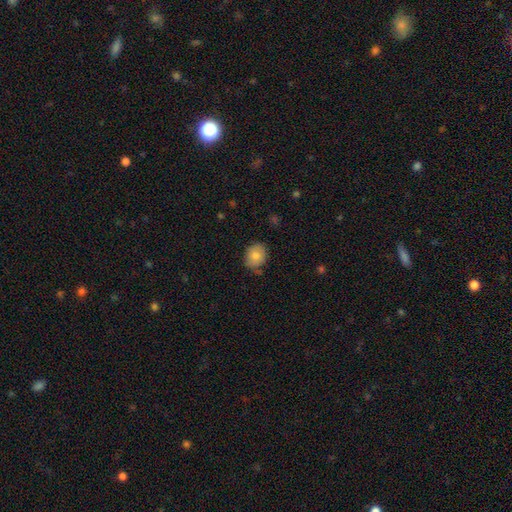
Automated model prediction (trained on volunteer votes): smooth 80%, featured or disk 12%, star or artifact 8%. Down the decision tree: how rounded — round (50%); merging — none (75%).